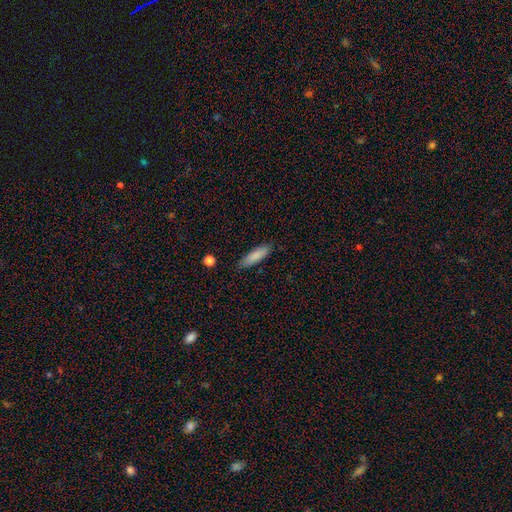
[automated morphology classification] smooth_or_featured: smooth (p=0.85) [alt: featured or disk p=0.09]
how_rounded: cigar-shaped (p=0.64) [alt: in between p=0.35]
merging: none (p=0.86) [alt: minor disturbance p=0.11]